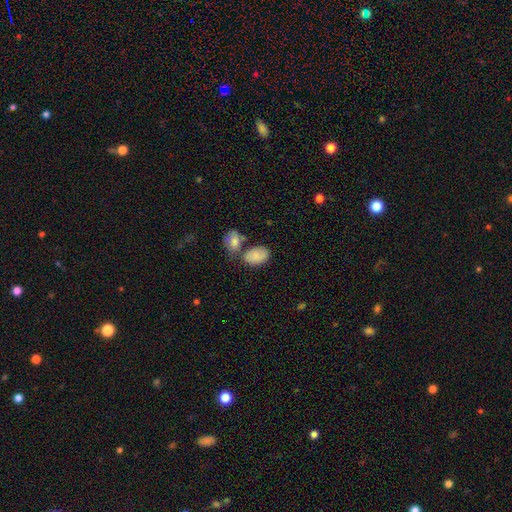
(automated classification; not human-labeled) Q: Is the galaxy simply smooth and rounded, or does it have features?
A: smooth — 83%.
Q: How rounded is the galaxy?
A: in between — 89%.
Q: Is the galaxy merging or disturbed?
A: none — 48%.